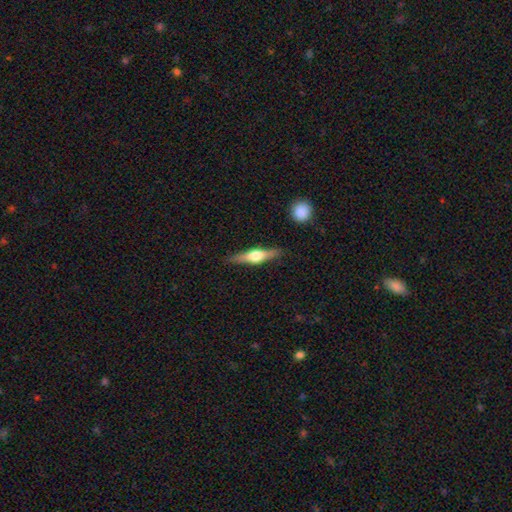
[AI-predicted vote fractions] Q: Smooth or featured?
A: featured or disk (67%); runner-up: smooth (27%)
Q: Edge-on disk?
A: yes (97%); runner-up: no (3%)
Q: Edge-on bulge?
A: rounded (93%); runner-up: boxy (5%)
Q: Merging?
A: none (88%); runner-up: minor disturbance (9%)